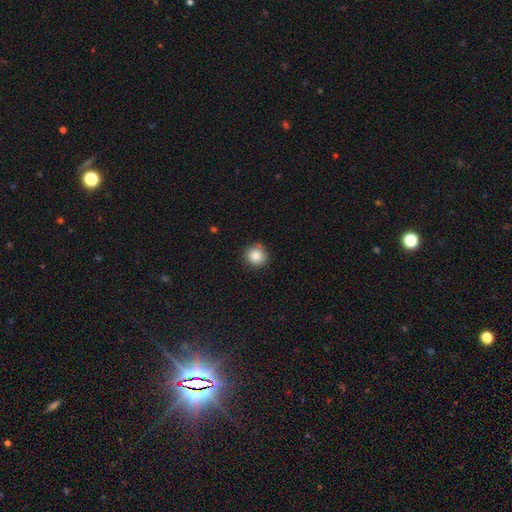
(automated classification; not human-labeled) This is clearly a smooth galaxy (85%). How rounded: clearly round (93%). Merging: clearly none (88%).